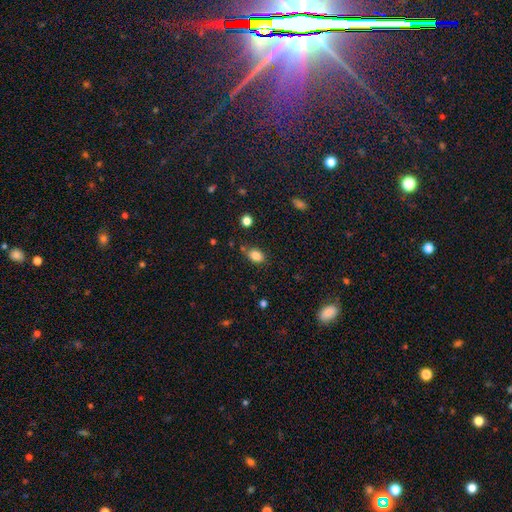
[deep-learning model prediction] A smooth galaxy with no disk features (85%) that is in between round and cigar-shaped (80%).

Vote fractions:
- Smooth or featured? smooth: 85% / star or artifact: 10% / featured or disk: 5%
- How rounded? in between: 80% / round: 19% / cigar-shaped: 2%
- Merging? none: 74% / minor disturbance: 17% / merger: 6% / major disturbance: 4%